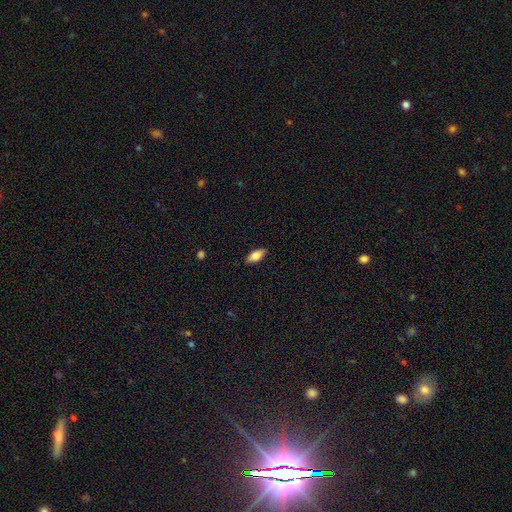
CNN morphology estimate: smooth-or-featured: smooth: 76% | featured or disk: 17% | star or artifact: 7%
  how-rounded: in between: 80% | cigar-shaped: 18% | round: 2%
  merging: none: 88% | minor disturbance: 9% | major disturbance: 2% | merger: 1%